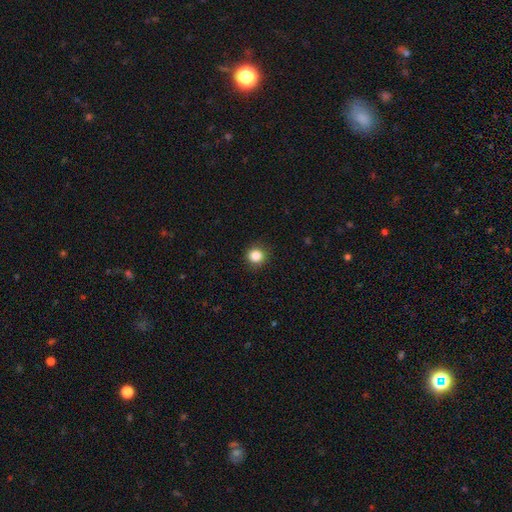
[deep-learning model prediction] smooth-or-featured: smooth: 85% | star or artifact: 11% | featured or disk: 4%
  how-rounded: round: 92% | in between: 7% | cigar-shaped: 1%
  merging: none: 90% | minor disturbance: 7% | major disturbance: 2% | merger: 1%